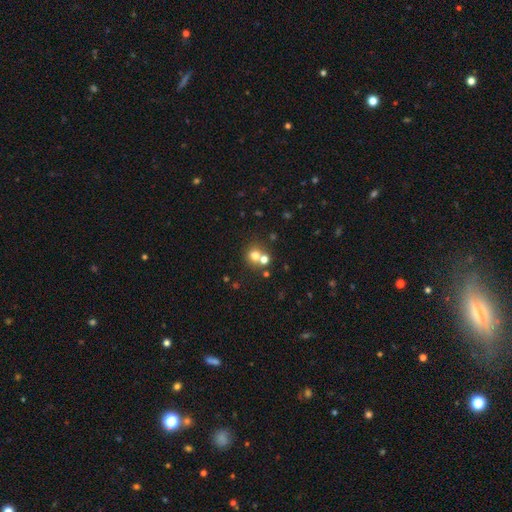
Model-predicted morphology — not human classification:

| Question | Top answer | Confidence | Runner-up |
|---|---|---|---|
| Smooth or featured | smooth | 69% | star or artifact (17%) |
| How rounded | round | 86% | in between (13%) |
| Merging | none | 51% | merger (39%) |